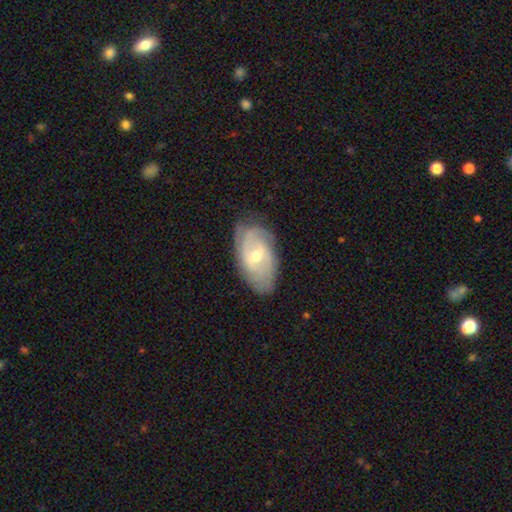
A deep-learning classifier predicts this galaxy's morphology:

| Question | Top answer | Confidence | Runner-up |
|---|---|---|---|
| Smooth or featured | featured or disk | 78% | smooth (16%) |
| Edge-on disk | no | 94% | yes (6%) |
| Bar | weak | 46% | no (42%) |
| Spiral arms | yes | 92% | no (8%) |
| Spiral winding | tight | 61% | medium (31%) |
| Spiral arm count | can't tell | 36% | 2 (29%) |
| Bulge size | moderate | 51% | small (46%) |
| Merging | none | 75% | minor disturbance (19%) |